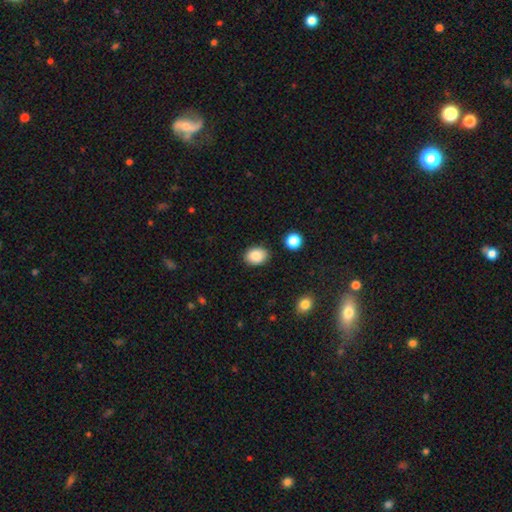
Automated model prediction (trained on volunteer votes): A smooth galaxy with no disk features (87%) that is in between round and cigar-shaped (72%). Merging: none (86%).